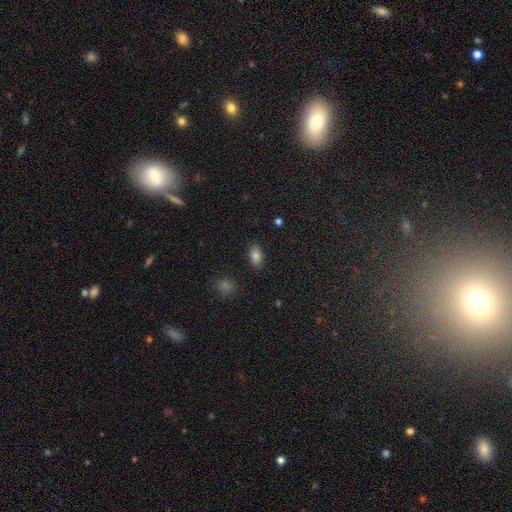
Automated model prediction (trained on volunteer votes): This appears to be a smooth galaxy with no disk features (85%) that is in between round and cigar-shaped (91%). Merging: none (87%).